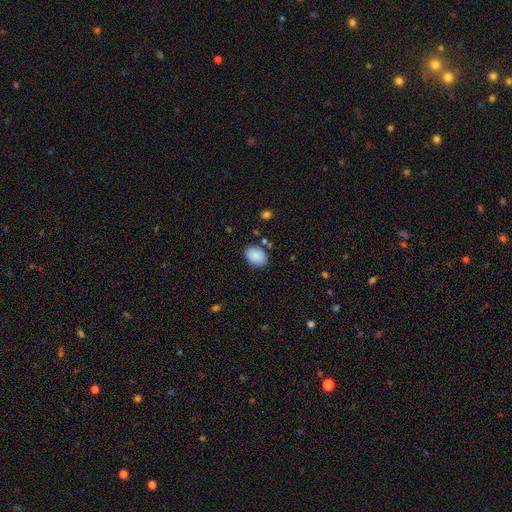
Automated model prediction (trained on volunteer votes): smooth 88%, star or artifact 7%, featured or disk 4%. Down the decision tree: how rounded — in between (77%); merging — none (82%).